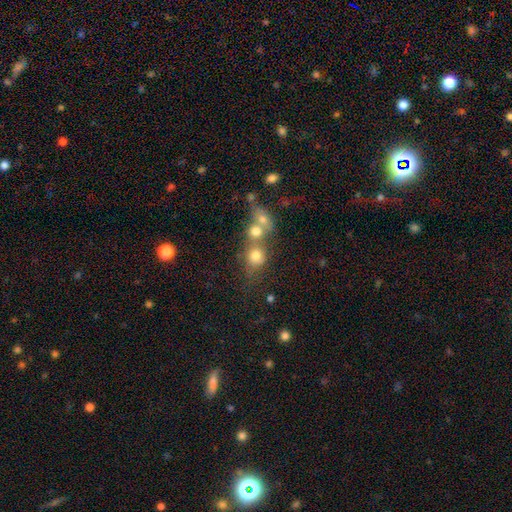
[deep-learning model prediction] Smooth or featured: smooth — 72% (star or artifact — 14%)
How rounded: round — 78% (in between — 20%)
Merging: merger — 48% (none — 38%)